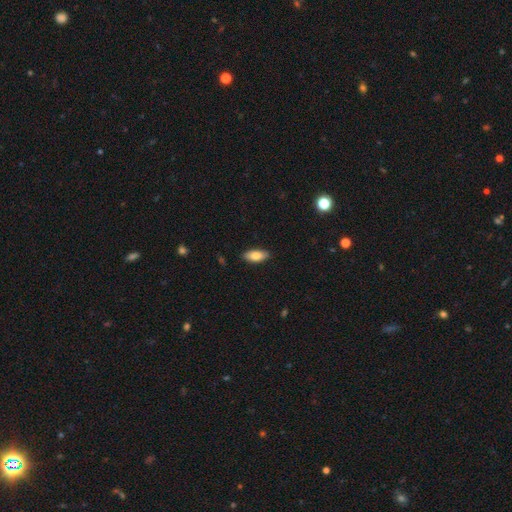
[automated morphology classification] Smooth or featured?
  - smooth: 82% *
  - featured or disk: 12%
  - star or artifact: 6%
How rounded?
  - in between: 85% *
  - cigar-shaped: 13%
  - round: 2%
Merging?
  - none: 88% *
  - minor disturbance: 9%
  - major disturbance: 2%
  - merger: 1%